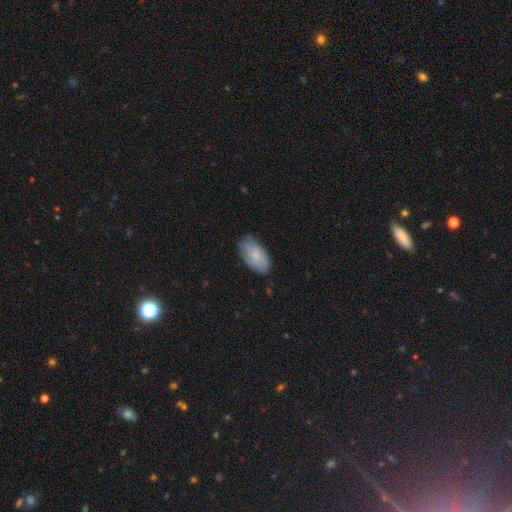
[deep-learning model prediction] Overall: smooth (68%). How rounded: in between (94%). Merging: none (76%).